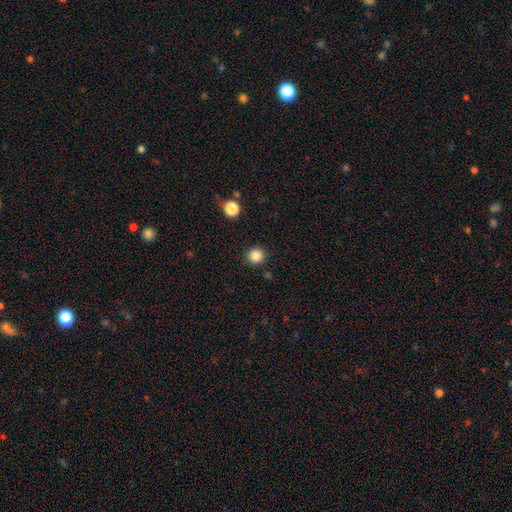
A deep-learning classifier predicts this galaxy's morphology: The model was most divided on "smooth or featured": smooth: 85%, star or artifact: 11%, featured or disk: 4%. More confident: how rounded — round (93%); merging — none (90%).